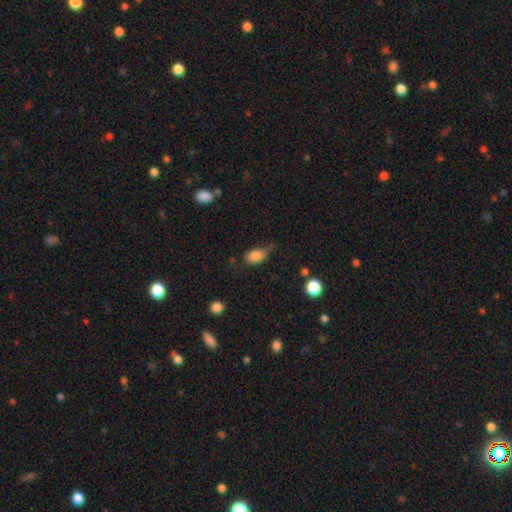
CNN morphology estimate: Q: Smooth or featured?
A: smooth (81%); runner-up: featured or disk (10%)
Q: How rounded?
A: in between (83%); runner-up: round (14%)
Q: Merging?
A: minor disturbance (41%); runner-up: none (36%)